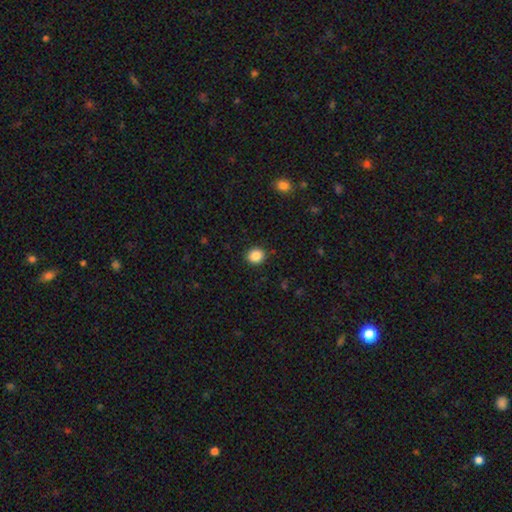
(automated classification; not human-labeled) Smooth or featured: smooth — 87% (star or artifact — 10%)
How rounded: round — 82% (in between — 17%)
Merging: none — 91% (minor disturbance — 6%)